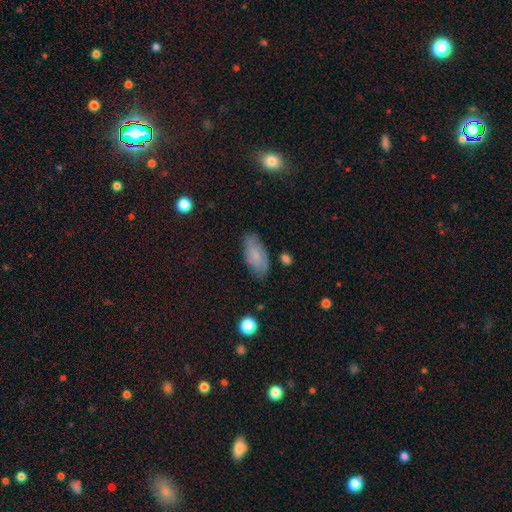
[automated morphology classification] Smooth or featured: smooth — 64% (featured or disk — 28%)
How rounded: in between — 89% (cigar-shaped — 8%)
Merging: none — 76% (minor disturbance — 18%)